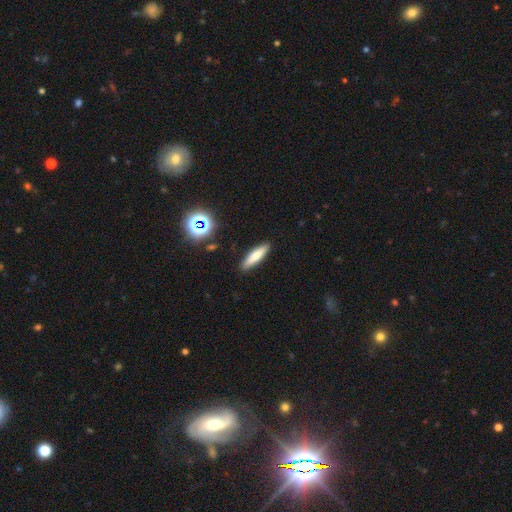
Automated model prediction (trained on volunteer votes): This is likely a smooth galaxy (73%). How rounded: likely cigar-shaped (76%). Merging: clearly none (90%).